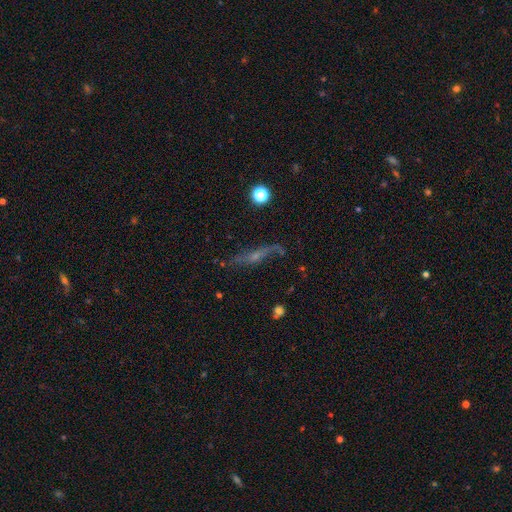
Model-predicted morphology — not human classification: This appears to be a featured or disk galaxy (69%) viewed edge-on (56%). Merging: none (65%).